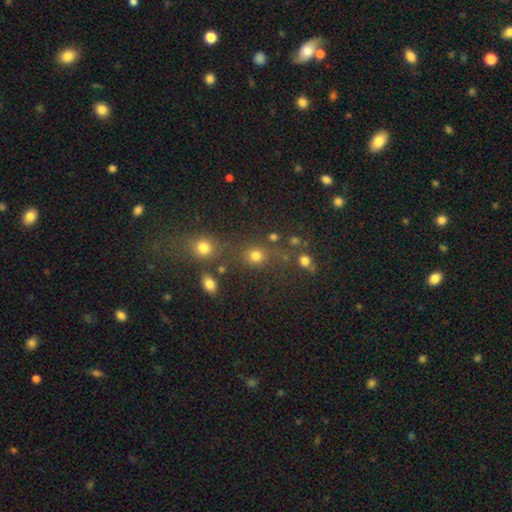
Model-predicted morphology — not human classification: smooth-or-featured: smooth: 76% | star or artifact: 17% | featured or disk: 7%
  how-rounded: round: 83% | in between: 16% | cigar-shaped: 1%
  merging: none: 65% | merger: 18% | minor disturbance: 10% | major disturbance: 7%